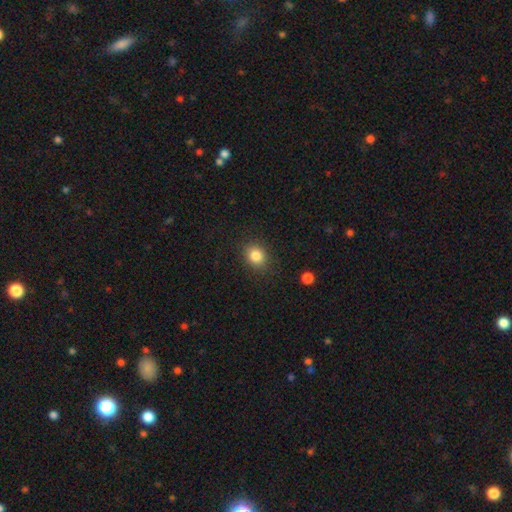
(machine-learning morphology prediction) A smooth galaxy with no disk features (84%) that is round (71%).

Vote fractions:
- Smooth or featured? smooth: 84% / star or artifact: 11% / featured or disk: 6%
- How rounded? round: 71% / in between: 28% / cigar-shaped: 1%
- Merging? none: 87% / minor disturbance: 9% / major disturbance: 3% / merger: 1%